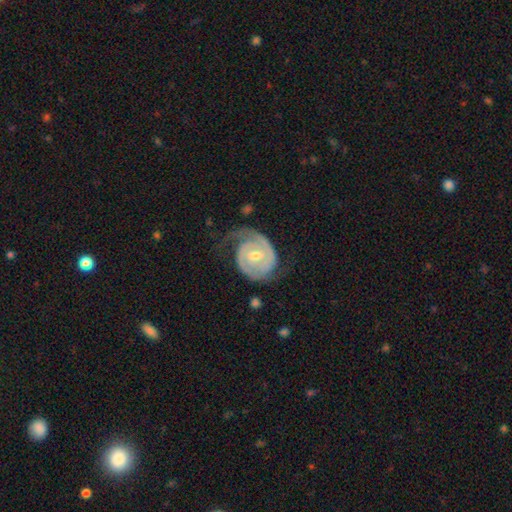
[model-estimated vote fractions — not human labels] Smooth or featured?
  - featured or disk: 89% *
  - smooth: 7%
  - star or artifact: 4%
Edge-on disk?
  - no: 98% *
  - yes: 2%
Bar?
  - weak: 53% *
  - no: 31%
  - strong: 16%
Spiral arms?
  - yes: 97% *
  - no: 3%
Spiral winding?
  - tight: 62% *
  - medium: 31%
  - loose: 7%
Spiral arm count?
  - 2: 76% *
  - 1: 8%
  - can't tell: 8%
  - 3: 6%
  - 4: 2%
  - more than 4: 2%
Bulge size?
  - moderate: 49% *
  - small: 47%
  - none: 2%
  - large: 2%
  - dominant: 1%
Merging?
  - none: 60% *
  - minor disturbance: 22%
  - major disturbance: 16%
  - merger: 2%